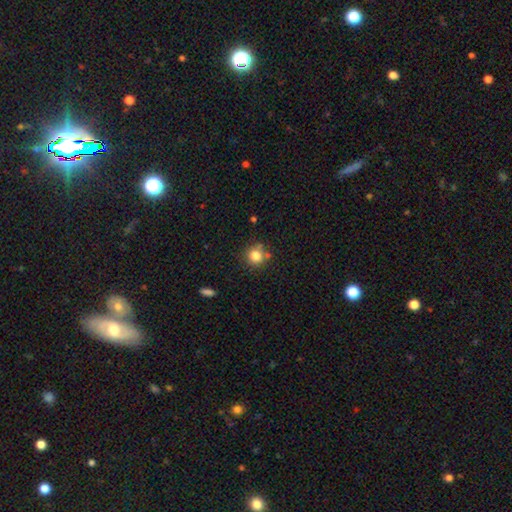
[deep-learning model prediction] smooth 80%, star or artifact 12%, featured or disk 8%. Down the decision tree: how rounded — round (90%); merging — none (71%).